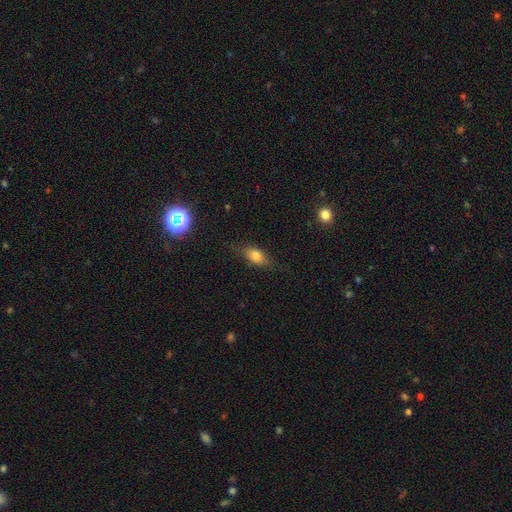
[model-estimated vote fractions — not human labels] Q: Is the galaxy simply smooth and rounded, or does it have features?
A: smooth — 72%.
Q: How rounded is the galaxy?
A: in between — 78%.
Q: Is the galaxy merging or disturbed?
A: none — 76%.